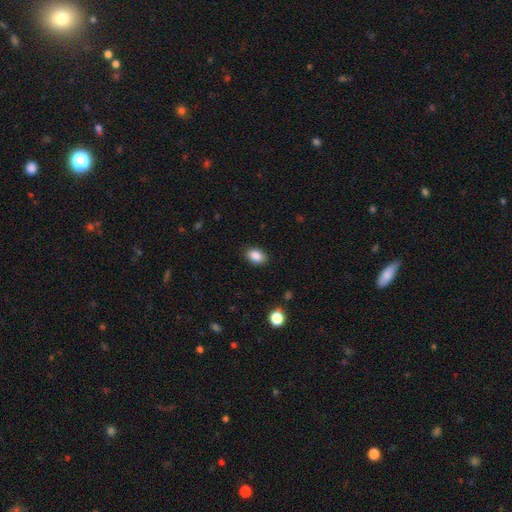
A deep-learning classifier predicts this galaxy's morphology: The model was most divided on "how rounded": in between: 83%, round: 16%, cigar-shaped: 1%. More confident: smooth or featured — smooth (87%); merging — none (86%).